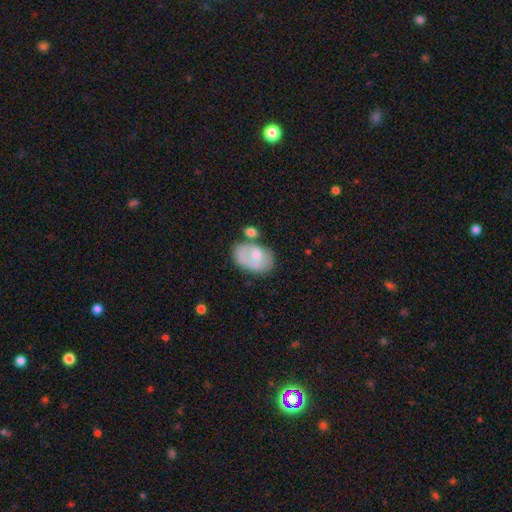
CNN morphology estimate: A smooth galaxy with no disk features (58%) that is in between round and cigar-shaped (83%). Merging: none (43%).